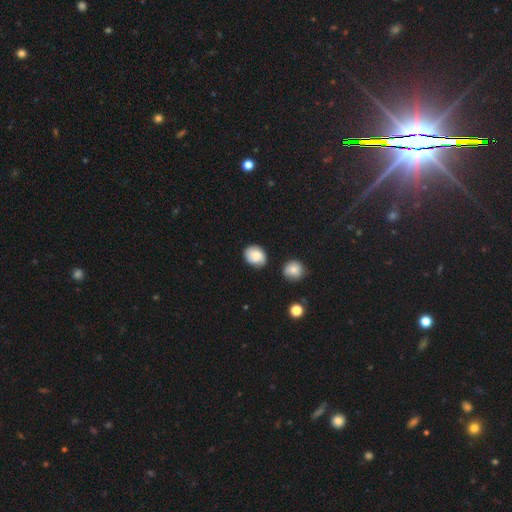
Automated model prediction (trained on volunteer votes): A smooth galaxy with no disk features (69%) that is round (53%). Merging: none (72%).